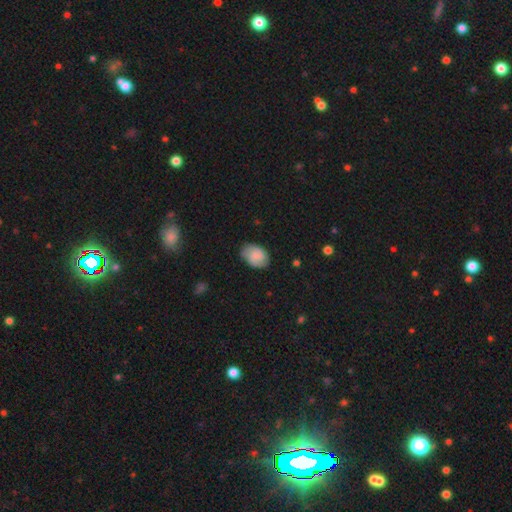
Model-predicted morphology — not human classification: A smooth galaxy with no disk features (71%) that is in between round and cigar-shaped (78%).

Vote fractions:
- Smooth or featured? smooth: 71% / featured or disk: 21% / star or artifact: 8%
- How rounded? in between: 78% / round: 21% / cigar-shaped: 1%
- Merging? none: 70% / minor disturbance: 24% / major disturbance: 5% / merger: 1%